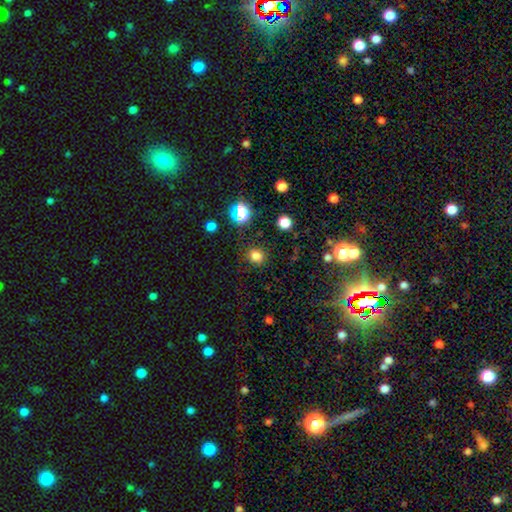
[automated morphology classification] Smooth or featured? smooth (79%)
How rounded? round (80%)
Merging? none (87%)